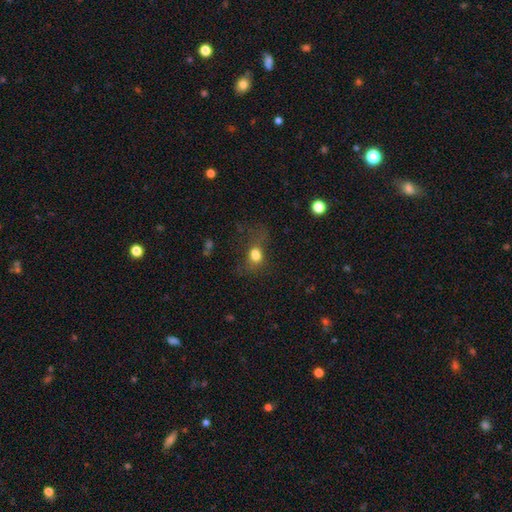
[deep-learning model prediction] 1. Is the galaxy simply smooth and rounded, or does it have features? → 74% smooth, 14% star or artifact, 12% featured or disk.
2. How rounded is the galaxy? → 54% in between, 44% round, 3% cigar-shaped.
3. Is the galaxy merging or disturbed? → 45% none, 28% major disturbance, 23% minor disturbance, 4% merger.